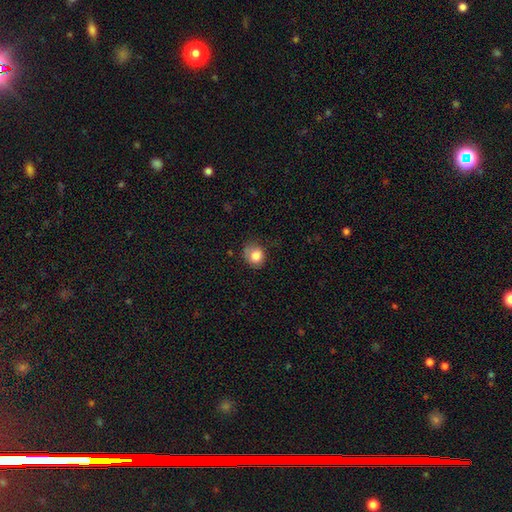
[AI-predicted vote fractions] This is likely a smooth galaxy (80%). How rounded: likely round (71%). Merging: possibly none (60%).